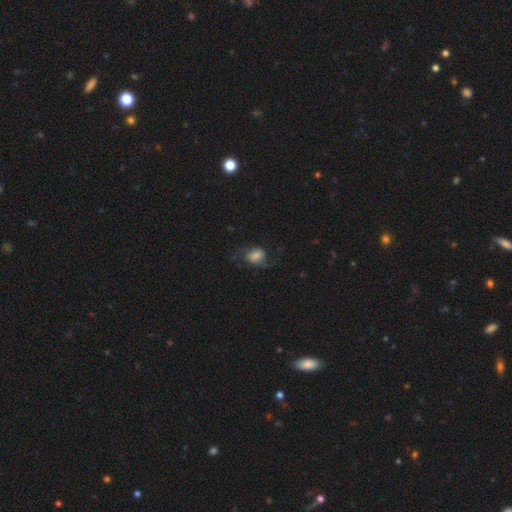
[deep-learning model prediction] Smooth or featured? Predicted: smooth (p=0.53). How rounded? Predicted: in between (p=0.54). Merging? Predicted: none (p=0.54).